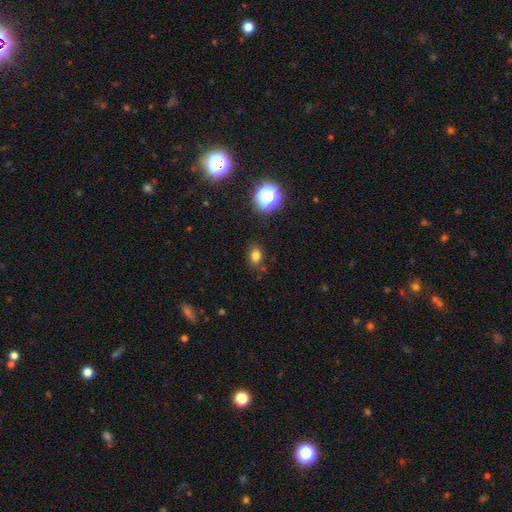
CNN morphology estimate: The model was most divided on "how rounded": in between: 58%, round: 40%, cigar-shaped: 1%. More confident: merging — none (84%); smooth or featured — smooth (78%).